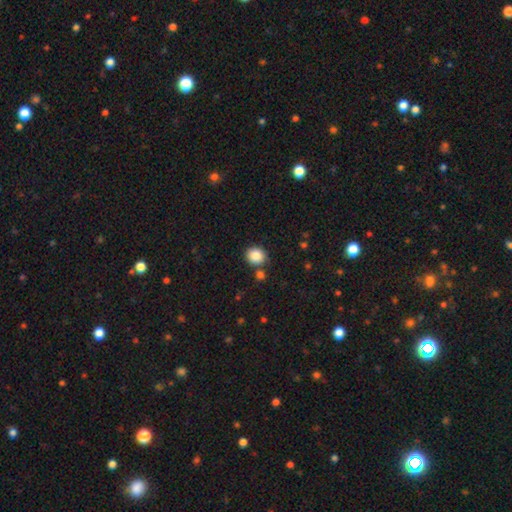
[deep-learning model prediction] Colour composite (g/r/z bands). It shows a smooth galaxy with no disk features (86%) that is round (79%). Merging: none (79%).